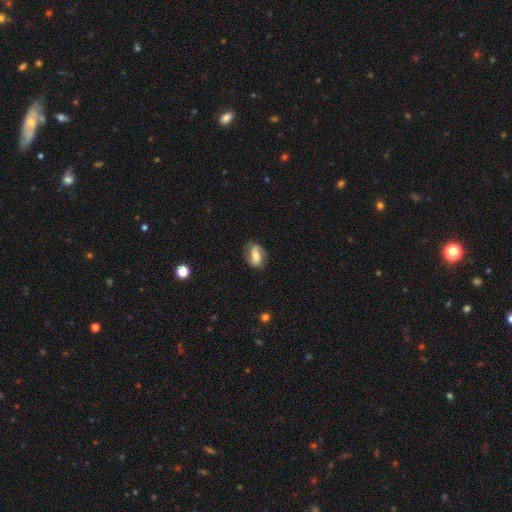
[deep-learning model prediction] featured or disk 53%, smooth 40%, star or artifact 8%. Down the decision tree: edge-on disk — no (94%); merging — none (75%).